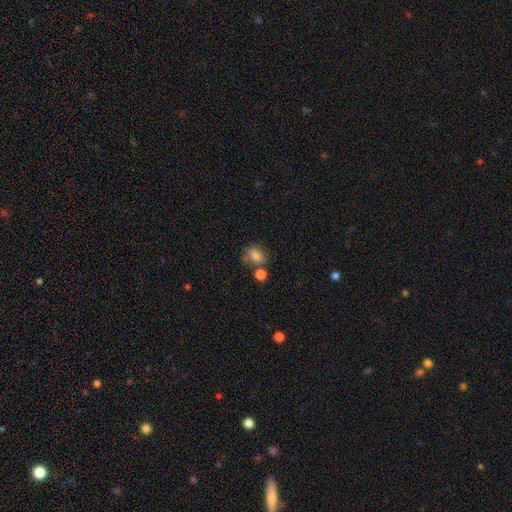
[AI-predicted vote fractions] The model was most divided on "merging": none: 56%, merger: 21%, minor disturbance: 17%, major disturbance: 6%. More confident: smooth or featured — smooth (79%); how rounded — in between (67%).